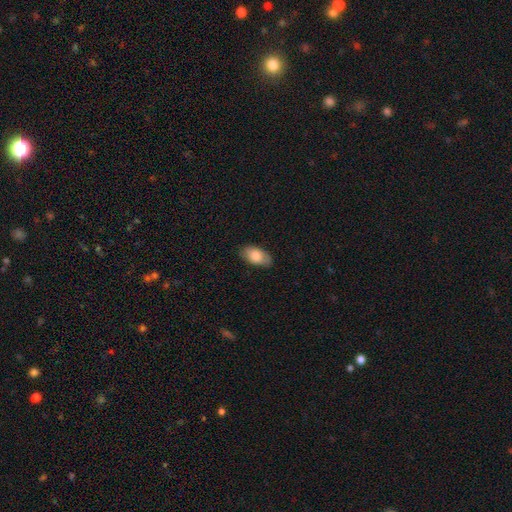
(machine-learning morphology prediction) Overall: smooth (80%). How rounded: in between (94%). Merging: none (83%).